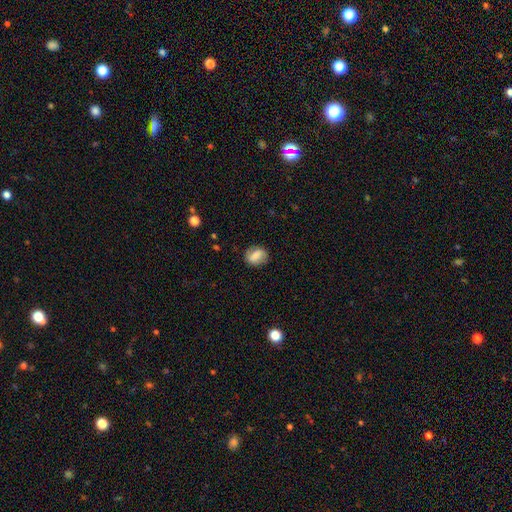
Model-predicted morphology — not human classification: smooth-or-featured: smooth: 58% | featured or disk: 33% | star or artifact: 9%
  how-rounded: round: 49% (tied) | in between: 49% (tied) | cigar-shaped: 2%
  merging: none: 82% | minor disturbance: 13% | major disturbance: 4% | merger: 1%